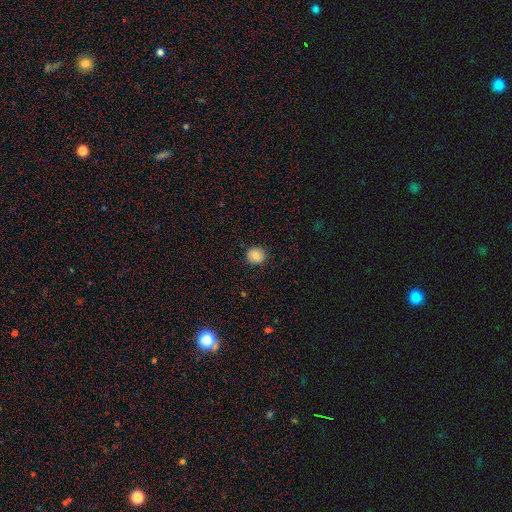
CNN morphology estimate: Smooth or featured? smooth (84%)
How rounded? round (90%)
Merging? none (90%)